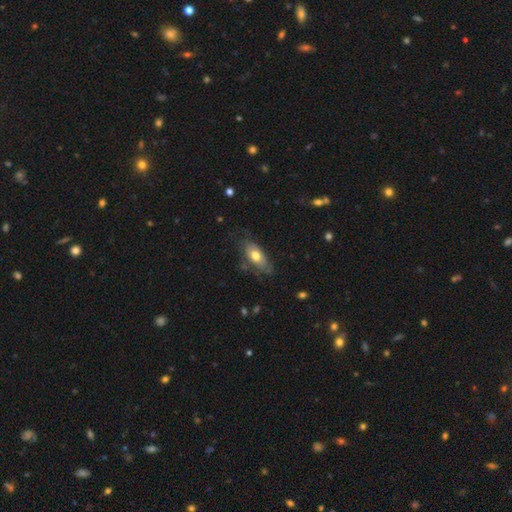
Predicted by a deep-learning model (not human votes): Smooth or featured: smooth — 58% (featured or disk — 36%)
How rounded: in between — 85% (cigar-shaped — 10%)
Merging: none — 60% (minor disturbance — 27%)